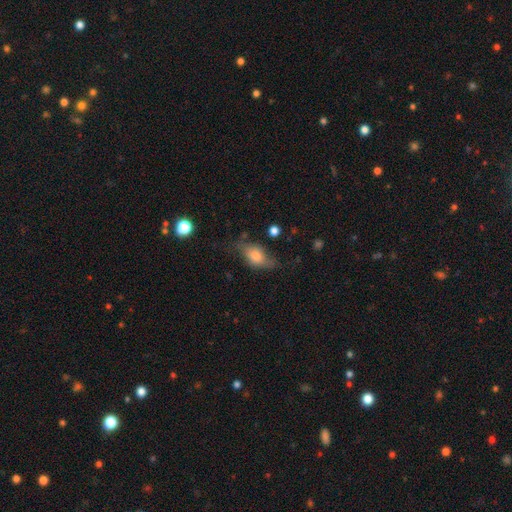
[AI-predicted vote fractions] Q: Smooth or featured?
A: smooth (60%); runner-up: featured or disk (31%)
Q: How rounded?
A: in between (80%); runner-up: round (11%)
Q: Merging?
A: none (56%); runner-up: minor disturbance (30%)